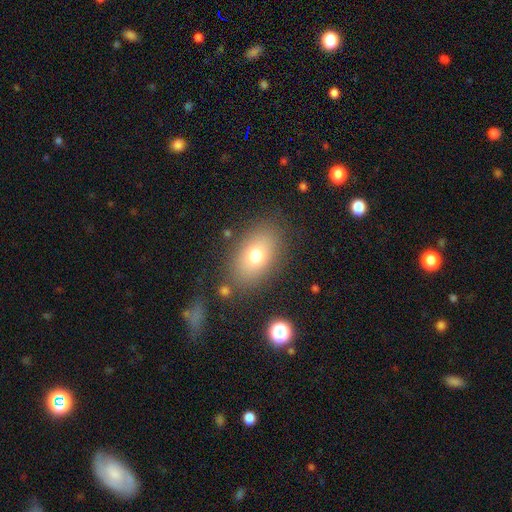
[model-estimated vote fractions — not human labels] Smooth or featured?
  - smooth: 72% *
  - featured or disk: 16%
  - star or artifact: 11%
How rounded?
  - in between: 82% *
  - round: 17%
  - cigar-shaped: 2%
Merging?
  - none: 80% *
  - minor disturbance: 12%
  - major disturbance: 5%
  - merger: 3%